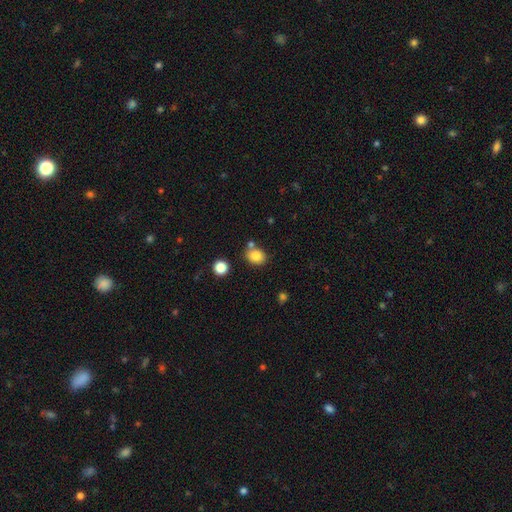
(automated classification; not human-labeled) A smooth galaxy with no disk features (83%) that is round (50%).

Vote fractions:
- Smooth or featured? smooth: 83% / star or artifact: 10% / featured or disk: 7%
- How rounded? round: 50% / in between: 49% / cigar-shaped: 1%
- Merging? none: 70% / merger: 14% / minor disturbance: 12% / major disturbance: 3%